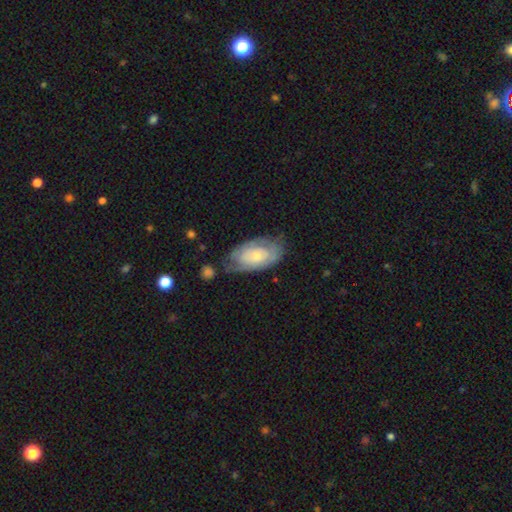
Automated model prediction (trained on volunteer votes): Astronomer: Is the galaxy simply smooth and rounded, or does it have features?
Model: featured or disk — 54% (runner-up: smooth, 40%).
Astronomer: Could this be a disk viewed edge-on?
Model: no — 93%.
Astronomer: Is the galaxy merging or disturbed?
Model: none — 57%.